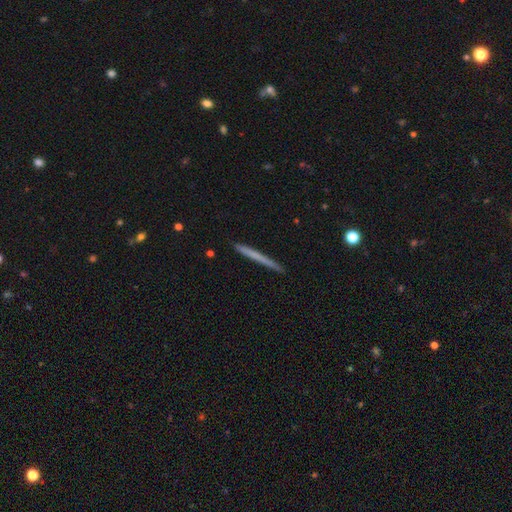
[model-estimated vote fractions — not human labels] Smooth or featured? Predicted: smooth (p=0.56). How rounded? Predicted: cigar-shaped (p=0.97). Merging? Predicted: none (p=0.91).